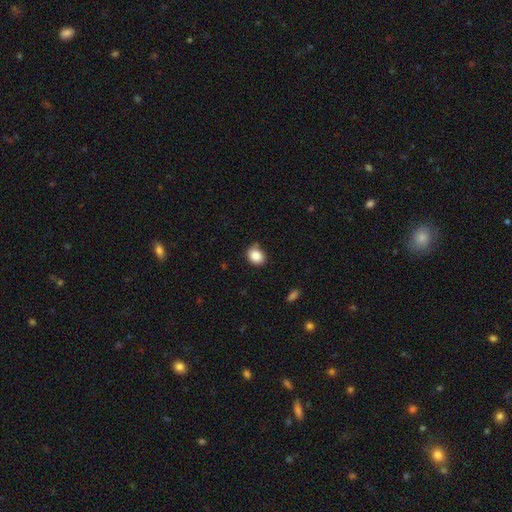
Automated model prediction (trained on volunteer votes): Morphology: type=smooth (87%); roundness=in between (50%); merging=none (76%).